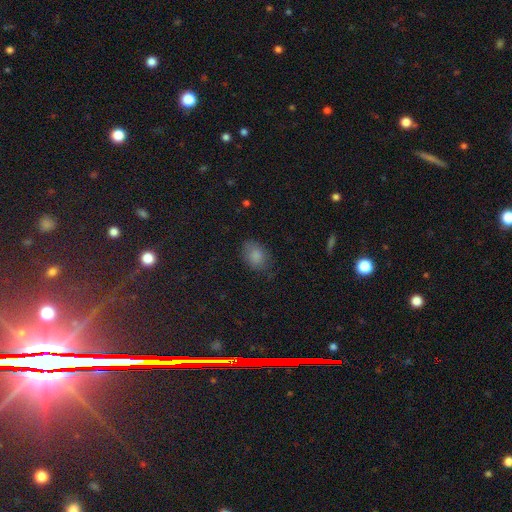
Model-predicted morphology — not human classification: smooth_or_featured: smooth (p=0.83) [alt: star or artifact p=0.10]
how_rounded: in between (p=0.74) [alt: round p=0.25]
merging: none (p=0.68) [alt: minor disturbance p=0.24]